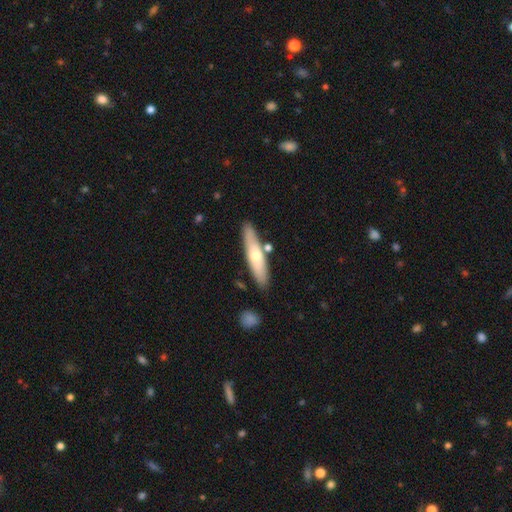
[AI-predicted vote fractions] smooth_or_featured: smooth (p=0.55) [alt: featured or disk p=0.39]
how_rounded: cigar-shaped (p=0.76) [alt: in between p=0.22]
merging: none (p=0.80) [alt: minor disturbance p=0.11]